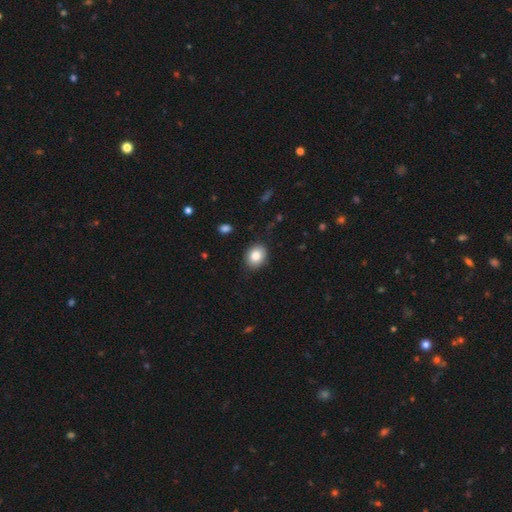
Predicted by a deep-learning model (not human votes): Smooth or featured?
  - smooth: 84% *
  - star or artifact: 8%
  - featured or disk: 7%
How rounded?
  - round: 52% *
  - in between: 48%
  - cigar-shaped: 1%
Merging?
  - none: 87% *
  - minor disturbance: 9%
  - major disturbance: 2%
  - merger: 1%